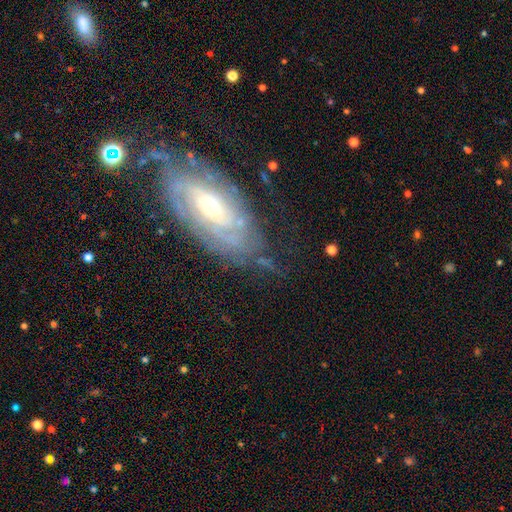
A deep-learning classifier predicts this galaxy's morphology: The model was most divided on "bulge size": moderate: 50%, small: 44%, large: 4%, none: 1%, dominant: 1%. Remaining: spiral arms — yes (94%); edge-on disk — no (90%); smooth or featured — featured or disk (83%); spiral winding — tight (71%); merging — none (69%); bar — no (50%); spiral arm count — can't tell (45%).